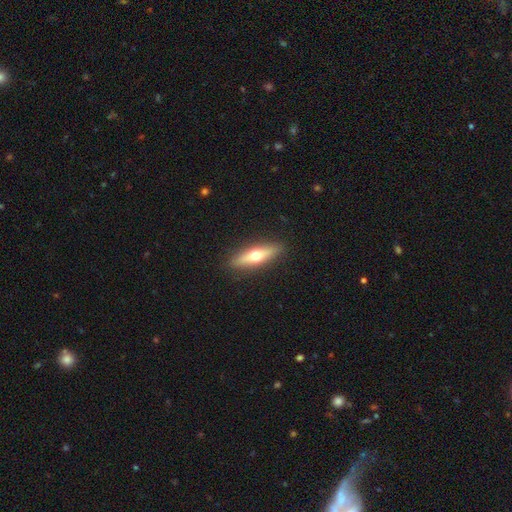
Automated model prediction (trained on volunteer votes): Smooth or featured? Predicted: featured or disk (p=0.47, tied with smooth). Merging? Predicted: none (p=0.90).